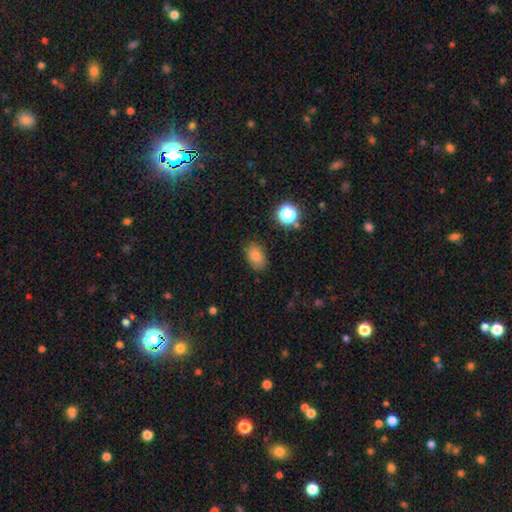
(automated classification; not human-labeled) A smooth galaxy with no disk features (81%) that is in between round and cigar-shaped (85%).

Vote fractions:
- Smooth or featured? smooth: 81% / star or artifact: 12% / featured or disk: 7%
- How rounded? in between: 85% / round: 14% / cigar-shaped: 1%
- Merging? none: 83% / minor disturbance: 12% / major disturbance: 3% / merger: 2%